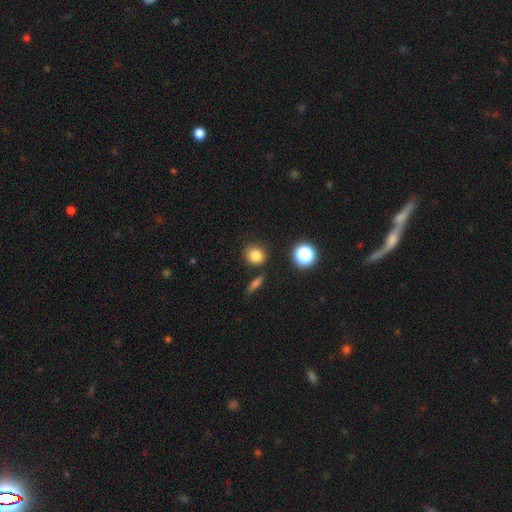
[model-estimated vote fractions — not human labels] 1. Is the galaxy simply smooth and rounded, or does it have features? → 81% smooth, 13% star or artifact, 6% featured or disk.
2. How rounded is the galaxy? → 74% round, 24% in between, 2% cigar-shaped.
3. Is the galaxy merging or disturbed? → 84% none, 9% minor disturbance, 5% merger, 3% major disturbance.